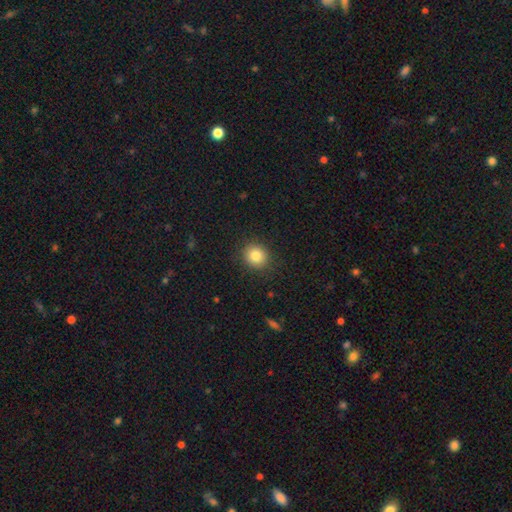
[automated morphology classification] Q: Smooth or featured?
A: smooth (83%); runner-up: star or artifact (10%)
Q: How rounded?
A: round (82%); runner-up: in between (17%)
Q: Merging?
A: none (89%); runner-up: minor disturbance (7%)